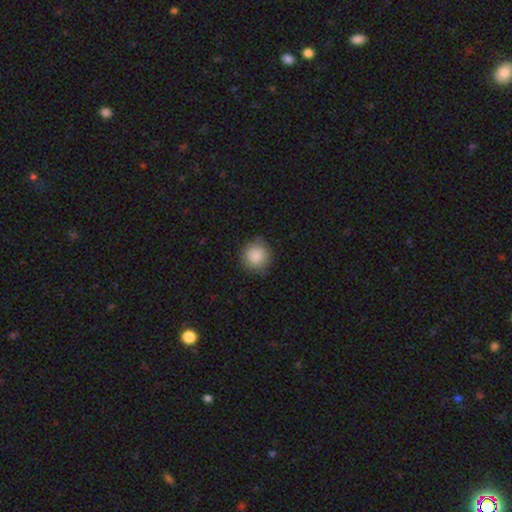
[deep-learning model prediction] Smooth or featured? smooth (89%)
How rounded? round (94%)
Merging? none (87%)